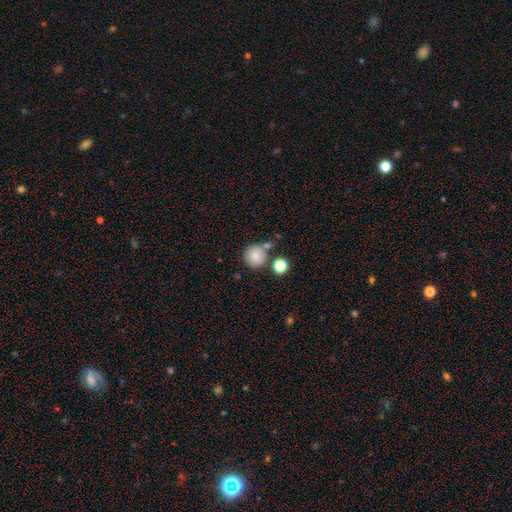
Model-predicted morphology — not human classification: Smooth or featured? Predicted: smooth (p=0.80). How rounded? Predicted: round (p=0.93). Merging? Predicted: none (p=0.70).